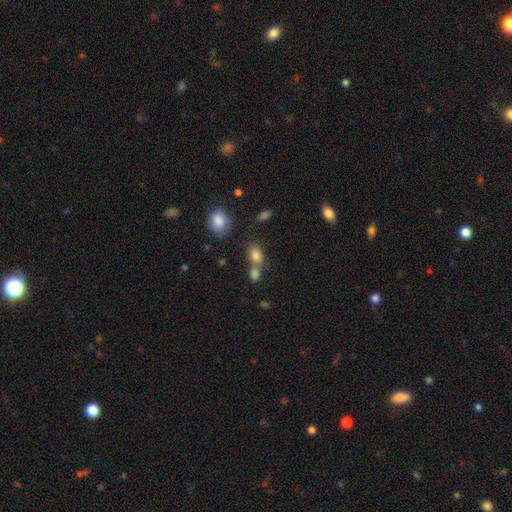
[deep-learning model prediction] Smooth or featured? Predicted: smooth (p=0.79). How rounded? Predicted: in between (p=0.63). Merging? Predicted: none (p=0.45).